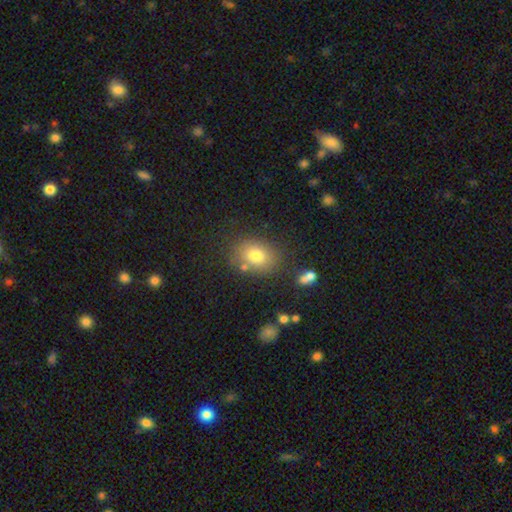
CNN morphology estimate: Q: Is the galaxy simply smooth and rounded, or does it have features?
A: smooth — 77%.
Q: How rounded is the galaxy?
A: in between — 62%.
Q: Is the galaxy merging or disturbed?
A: none — 75%.